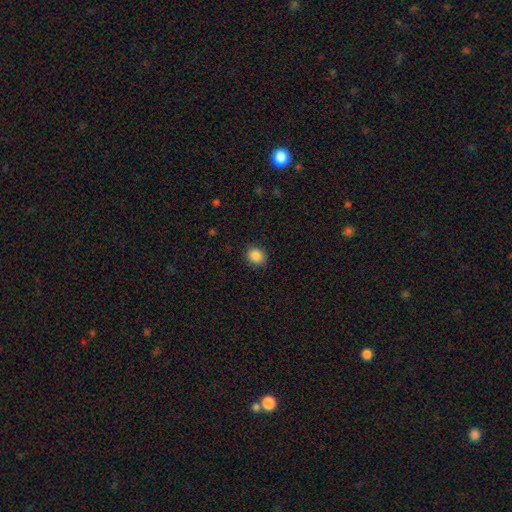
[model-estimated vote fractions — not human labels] This appears to be a smooth galaxy with no disk features (87%) that is round (61%). Merging: none (87%).